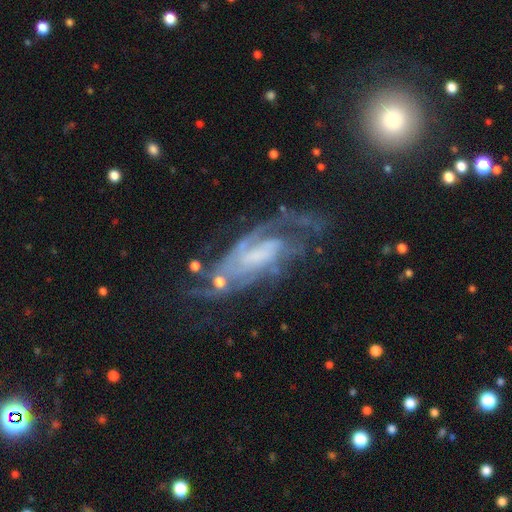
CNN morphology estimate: Smooth or featured?
  - featured or disk: 84% *
  - smooth: 8%
  - star or artifact: 7%
Edge-on disk?
  - no: 93% *
  - yes: 7%
Bar?
  - no: 46% *
  - weak: 36%
  - strong: 18%
Spiral arms?
  - yes: 93% *
  - no: 7%
Spiral winding?
  - medium: 42% * (tied)
  - tight: 42% * (tied)
  - loose: 16%
Spiral arm count?
  - 2: 33% *
  - can't tell: 29%
  - 3: 18%
  - 1: 8%
  - 4: 7%
  - more than 4: 5%
Bulge size?
  - none: 45% *
  - small: 24%
  - moderate: 20%
  - large: 10%
  - dominant: 2%
Merging?
  - none: 50% *
  - major disturbance: 24%
  - minor disturbance: 21%
  - merger: 5%